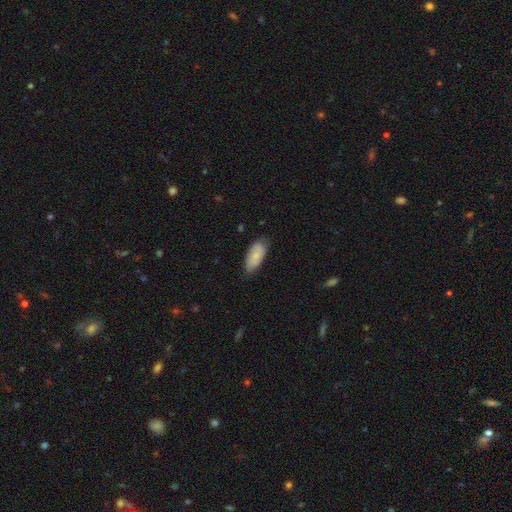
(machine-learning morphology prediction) smooth 77%, featured or disk 17%, star or artifact 6%. Down the decision tree: how rounded — in between (89%); merging — none (71%).